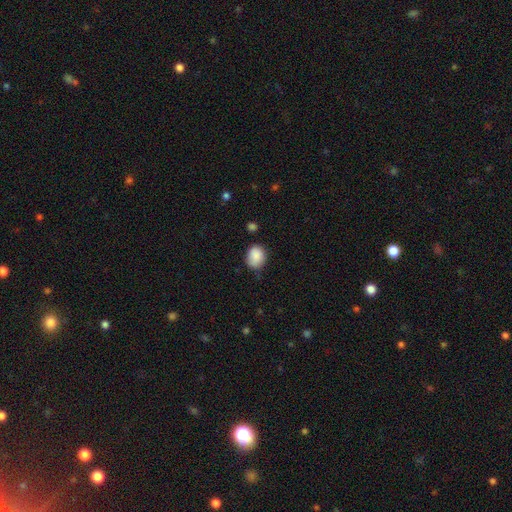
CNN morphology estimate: Q: Smooth or featured?
A: smooth (88%); runner-up: star or artifact (8%)
Q: How rounded?
A: round (53%); runner-up: in between (46%)
Q: Merging?
A: none (65%); runner-up: minor disturbance (27%)